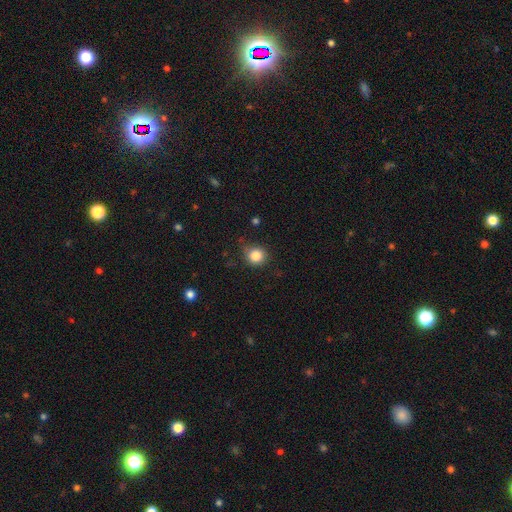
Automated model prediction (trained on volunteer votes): Smooth or featured?
  - smooth: 84% *
  - star or artifact: 11%
  - featured or disk: 5%
How rounded?
  - round: 88% *
  - in between: 11%
  - cigar-shaped: 1%
Merging?
  - none: 77% *
  - minor disturbance: 17%
  - major disturbance: 4%
  - merger: 2%